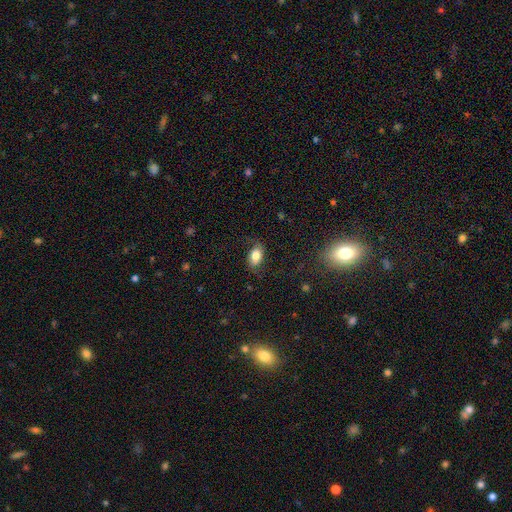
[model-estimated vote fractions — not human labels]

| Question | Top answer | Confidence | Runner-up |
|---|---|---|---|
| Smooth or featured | smooth | 75% | featured or disk (17%) |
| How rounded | in between | 90% | round (8%) |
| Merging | none | 73% | minor disturbance (18%) |